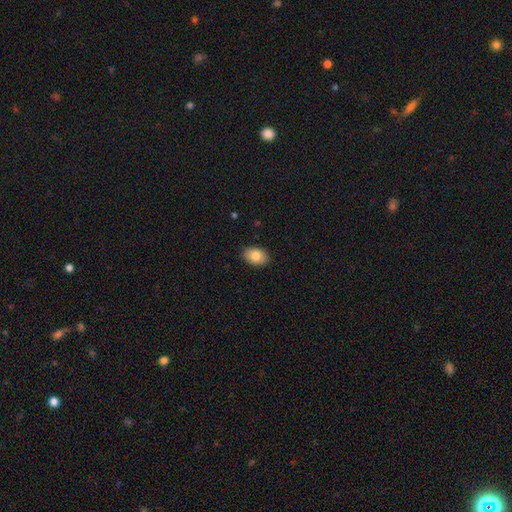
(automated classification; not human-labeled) Smooth or featured? smooth (82%)
How rounded? in between (85%)
Merging? none (89%)